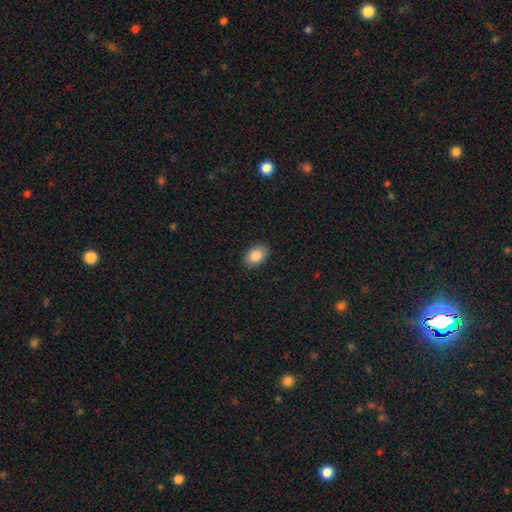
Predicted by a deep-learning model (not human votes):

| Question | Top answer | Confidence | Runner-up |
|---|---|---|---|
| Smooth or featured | smooth | 88% | star or artifact (7%) |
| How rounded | in between | 91% | round (8%) |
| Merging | none | 89% | minor disturbance (8%) |